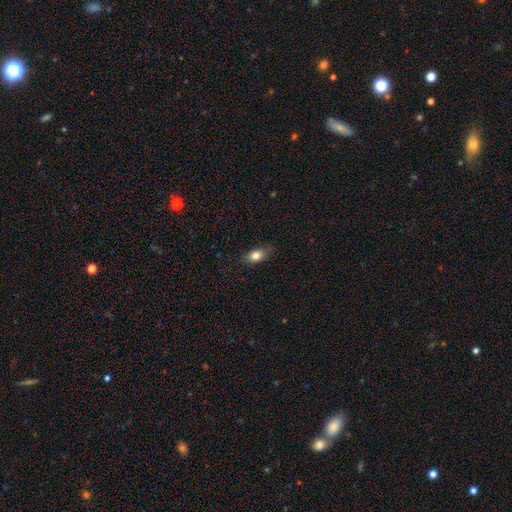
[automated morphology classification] smooth 80%, featured or disk 11%, star or artifact 8%. Down the decision tree: how rounded — in between (82%); merging — none (78%).